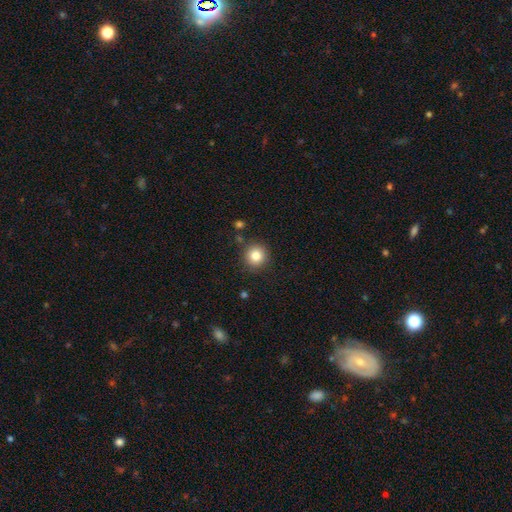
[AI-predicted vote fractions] Smooth or featured?
  - smooth: 83% *
  - star or artifact: 11%
  - featured or disk: 6%
How rounded?
  - round: 92% *
  - in between: 7%
  - cigar-shaped: 1%
Merging?
  - none: 87% *
  - minor disturbance: 8%
  - merger: 3%
  - major disturbance: 3%